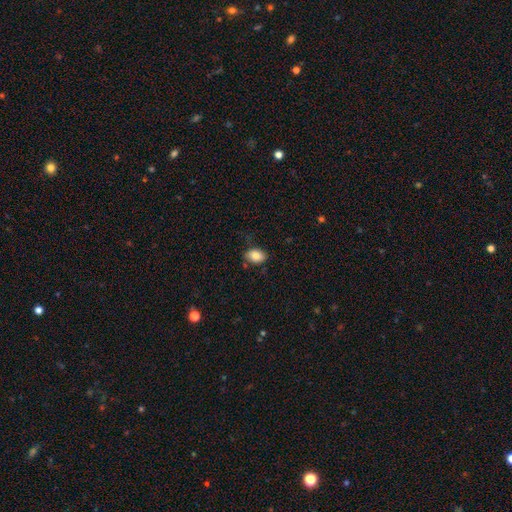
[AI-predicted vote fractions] Overall: smooth (84%). How rounded: in between (84%). Merging: none (77%).